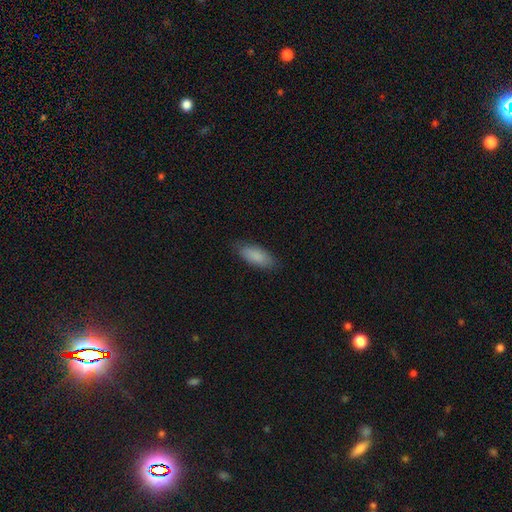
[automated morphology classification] smooth 88%, featured or disk 7%, star or artifact 6%. Down the decision tree: how rounded — in between (80%); merging — none (83%).